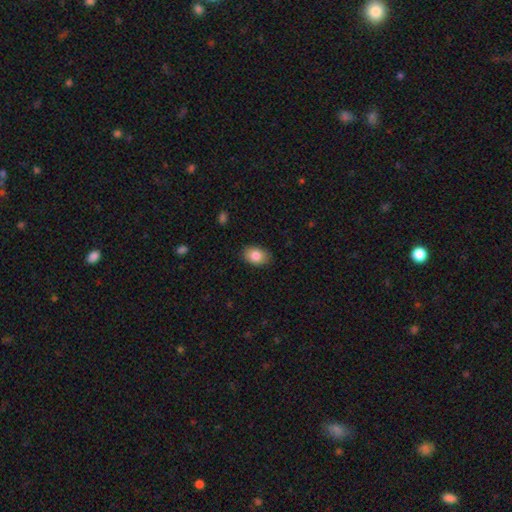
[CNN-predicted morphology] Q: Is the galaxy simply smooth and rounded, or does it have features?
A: smooth — 84%.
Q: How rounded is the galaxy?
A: in between — 79%.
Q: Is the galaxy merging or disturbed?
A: none — 87%.